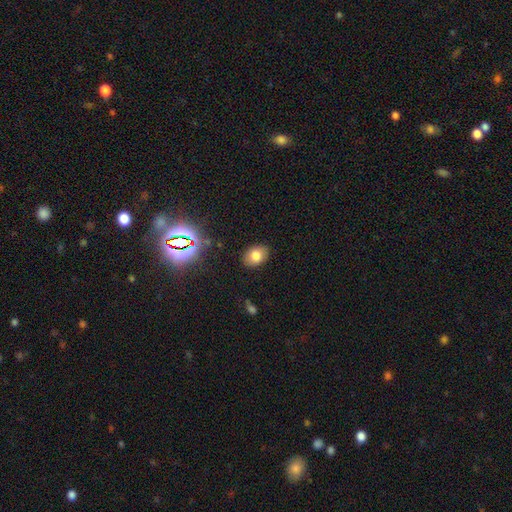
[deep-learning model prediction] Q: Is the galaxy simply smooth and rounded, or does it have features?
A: smooth — 77%.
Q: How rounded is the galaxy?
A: in between — 75%.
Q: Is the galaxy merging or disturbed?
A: none — 86%.